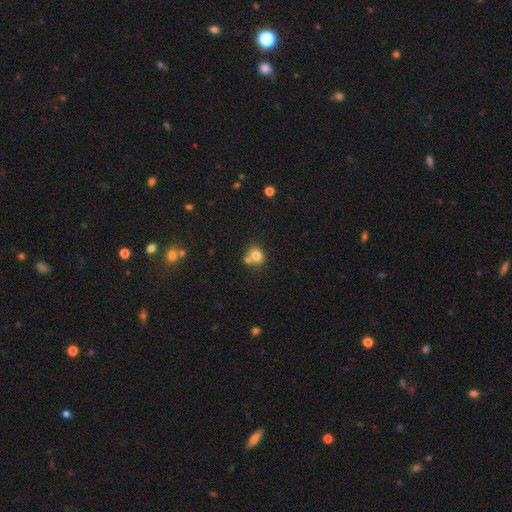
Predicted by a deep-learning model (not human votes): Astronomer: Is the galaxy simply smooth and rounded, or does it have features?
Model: smooth — 79%.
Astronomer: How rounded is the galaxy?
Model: round — 77%.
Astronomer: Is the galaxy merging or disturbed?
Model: none — 53% (runner-up: merger, 34%).